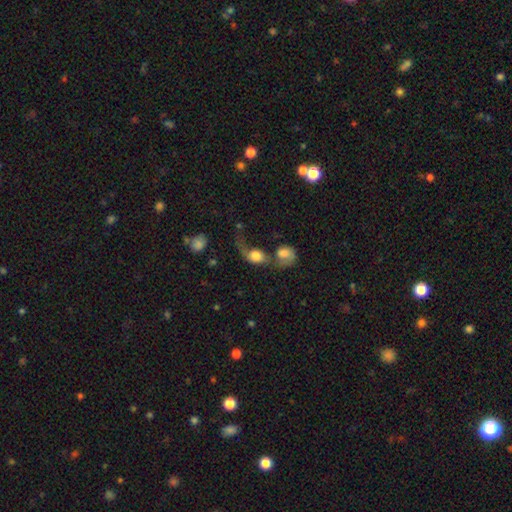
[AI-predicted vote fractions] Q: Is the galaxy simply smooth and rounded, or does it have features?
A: smooth — 66%.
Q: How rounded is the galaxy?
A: in between — 55%.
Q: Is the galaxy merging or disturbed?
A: merger — 51%.